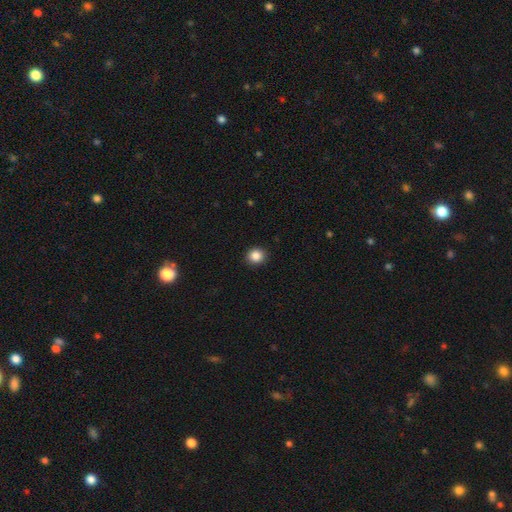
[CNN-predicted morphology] A smooth galaxy with no disk features (86%) that is round (82%). Merging: none (92%).